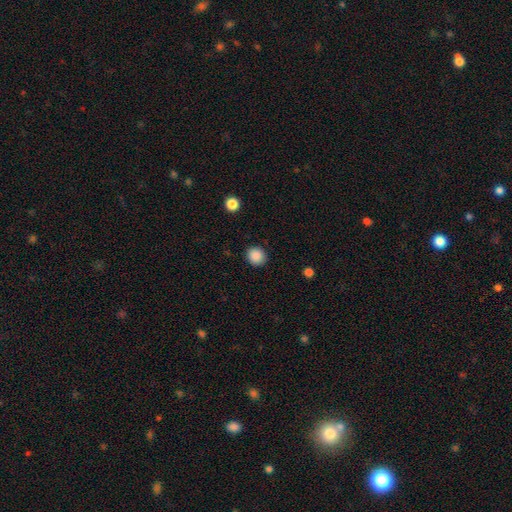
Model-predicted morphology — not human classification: This appears to be a smooth galaxy with no disk features (88%) that is round (86%). Merging: none (90%).